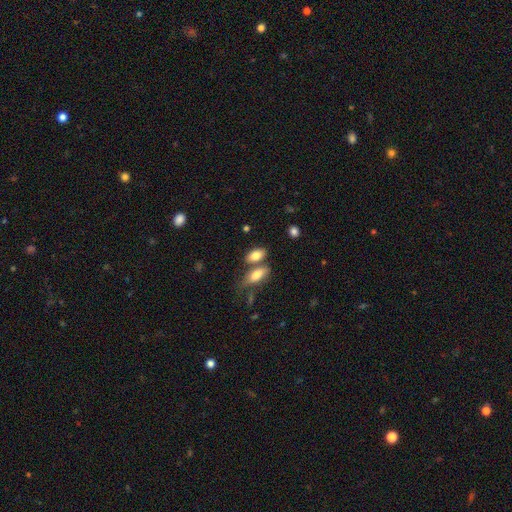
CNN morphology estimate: Overall: smooth (80%). How rounded: in between (87%). Merging: none (53%; merger 30%).